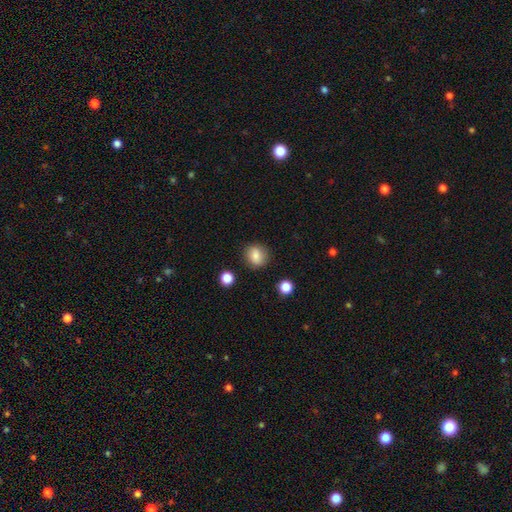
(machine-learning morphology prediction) Smooth or featured: smooth — 82% (star or artifact — 10%)
How rounded: round — 79% (in between — 20%)
Merging: none — 86% (minor disturbance — 10%)